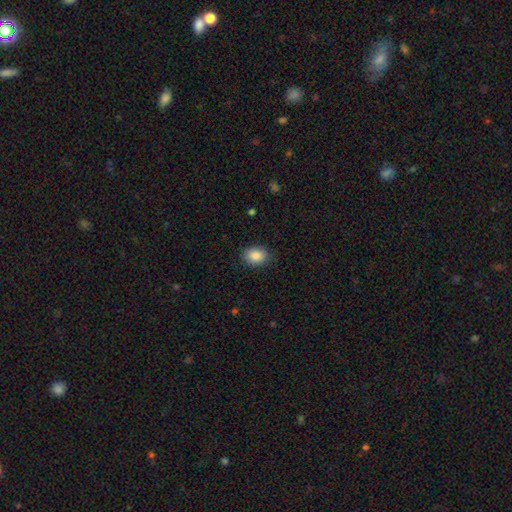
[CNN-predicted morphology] Smooth or featured: smooth — 88% (star or artifact — 8%)
How rounded: in between — 67% (round — 32%)
Merging: none — 87% (minor disturbance — 10%)